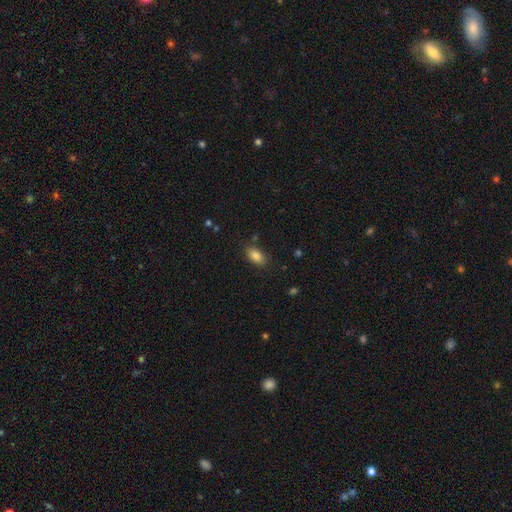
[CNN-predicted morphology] This appears to be a smooth galaxy with no disk features (85%) that is in between round and cigar-shaped (90%). Merging: none (82%).